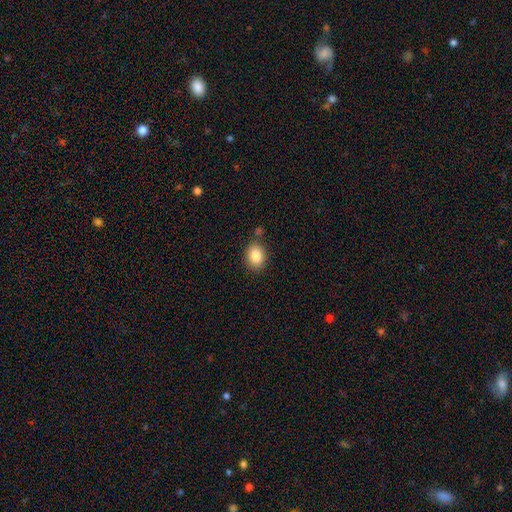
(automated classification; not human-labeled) Smooth or featured?
  - smooth: 86% *
  - star or artifact: 8%
  - featured or disk: 6%
How rounded?
  - in between: 62% *
  - round: 37%
  - cigar-shaped: 1%
Merging?
  - none: 80% *
  - minor disturbance: 12%
  - merger: 5%
  - major disturbance: 3%